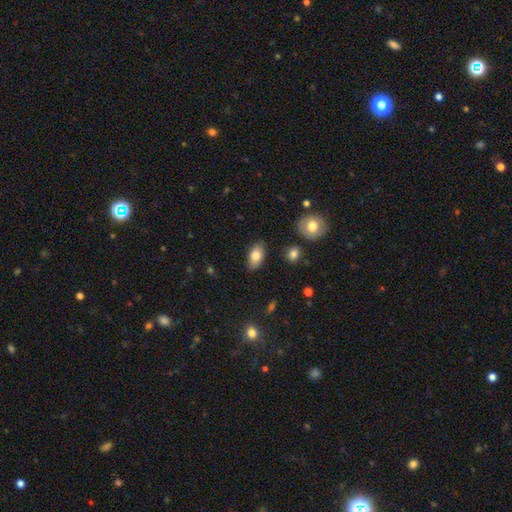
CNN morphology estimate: A smooth galaxy with no disk features (80%) that is in between round and cigar-shaped (92%). Merging: none (84%).